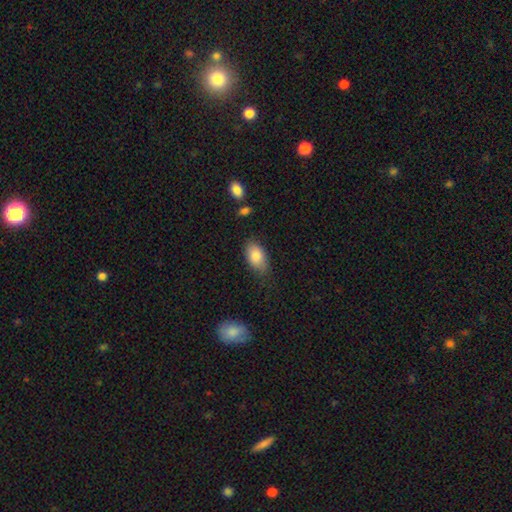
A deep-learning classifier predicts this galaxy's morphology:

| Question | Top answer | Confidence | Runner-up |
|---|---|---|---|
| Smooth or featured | smooth | 84% | featured or disk (9%) |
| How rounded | in between | 91% | round (7%) |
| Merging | none | 72% | minor disturbance (22%) |